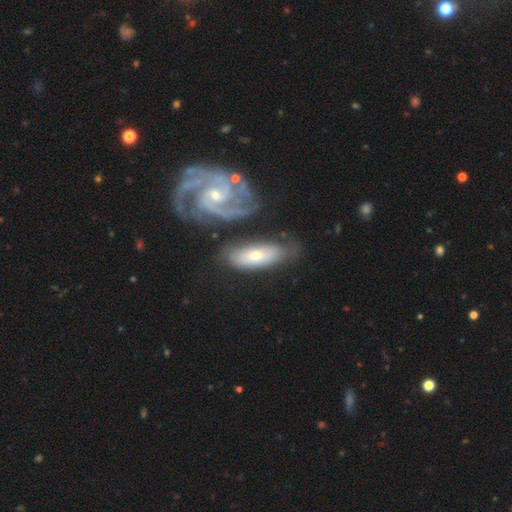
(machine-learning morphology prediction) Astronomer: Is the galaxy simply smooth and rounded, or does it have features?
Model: featured or disk — 47% (runner-up: smooth, 46%).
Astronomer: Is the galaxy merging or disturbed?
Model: none — 62%.